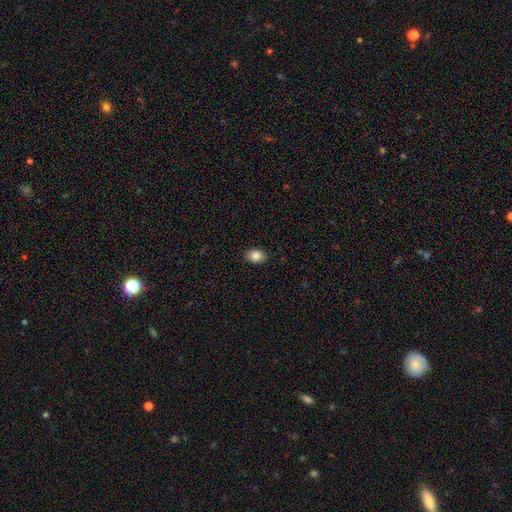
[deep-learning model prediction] Smooth or featured?
  - smooth: 86% *
  - star or artifact: 8%
  - featured or disk: 6%
How rounded?
  - in between: 83% *
  - round: 16%
  - cigar-shaped: 1%
Merging?
  - none: 88% *
  - minor disturbance: 9%
  - major disturbance: 2%
  - merger: 1%